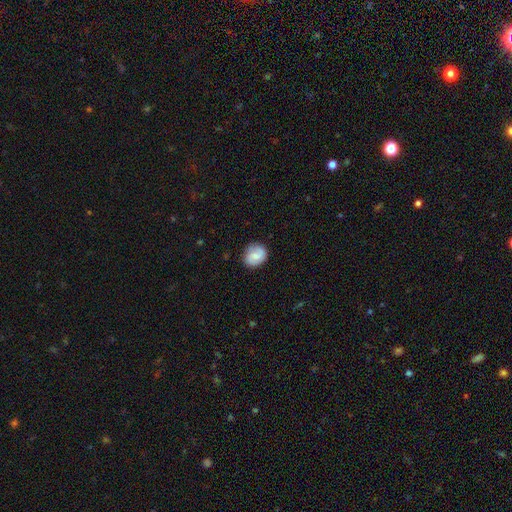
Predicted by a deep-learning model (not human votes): A smooth galaxy with no disk features (56%) that is round (69%). Merging: none (80%).